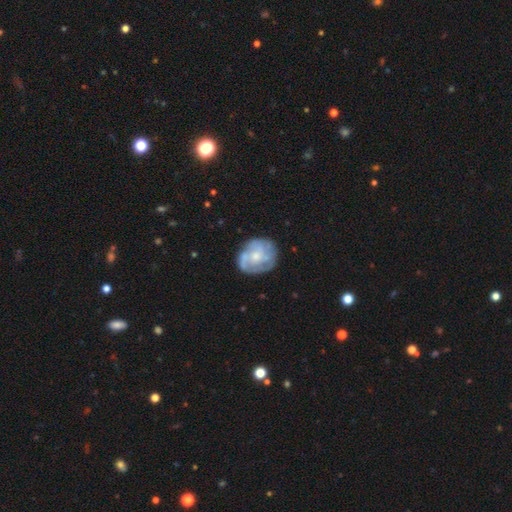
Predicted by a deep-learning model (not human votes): featured or disk 64%, smooth 29%, star or artifact 7%. Down the decision tree: edge-on disk — no (98%); bar — no (75%); spiral arms — yes (73%); bulge size — small (45%); merging — none (71%).